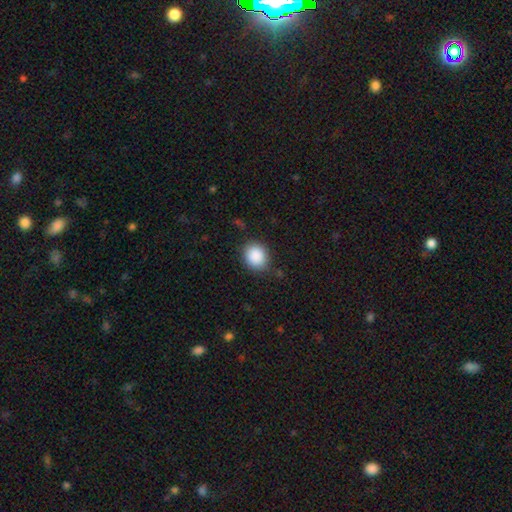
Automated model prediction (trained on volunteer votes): A smooth galaxy with no disk features (89%) that is round (68%). Merging: none (85%).